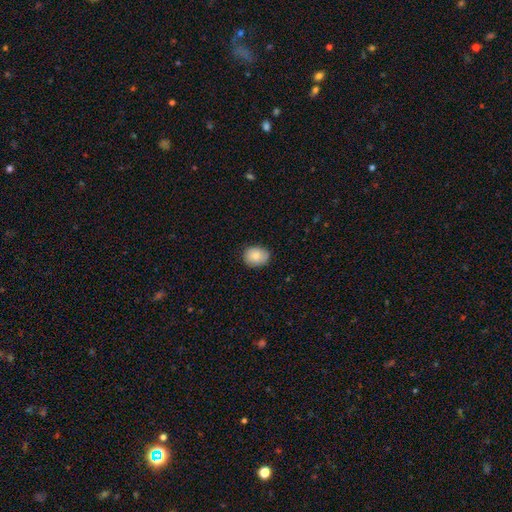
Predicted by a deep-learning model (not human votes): Smooth or featured? Predicted: smooth (p=0.84). How rounded? Predicted: in between (p=0.51). Merging? Predicted: none (p=0.83).